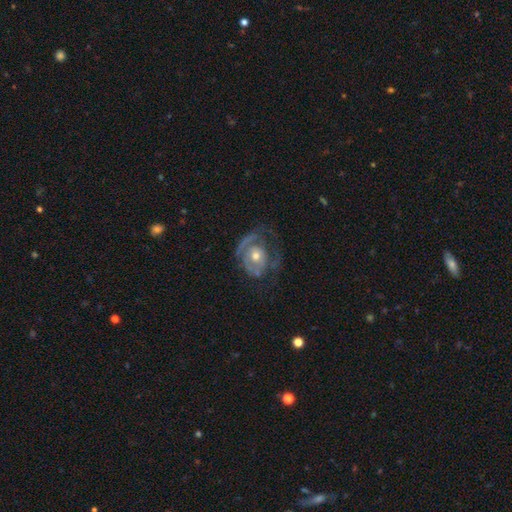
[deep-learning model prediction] The model was most divided on "merging": none: 45%, major disturbance: 31%, minor disturbance: 21%, merger: 2%. More confident: edge-on disk — no (97%); bar — no (80%); smooth or featured — featured or disk (72%); bulge size — moderate (64%); spiral arms — yes (62%).